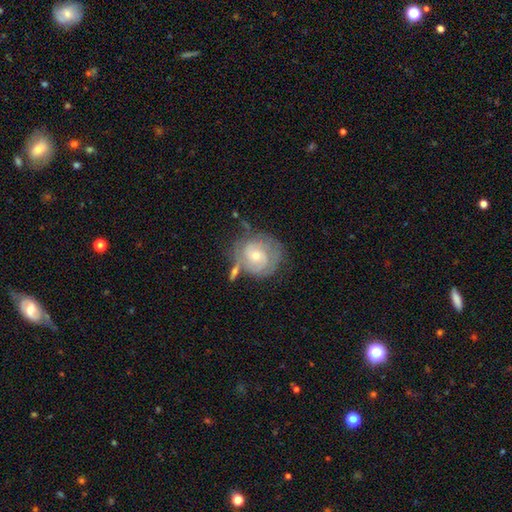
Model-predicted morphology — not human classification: This is likely a featured or disk galaxy (72%). It is clearly not viewed edge-on (97%). Bar: likely no (70%). Spiral arm pattern: clearly yes (86%). Spiral arm count: marginally 2 (42%). Spiral winding: likely tight (64%). Central bulge: possibly small (50%). Merging: possibly none (55%).